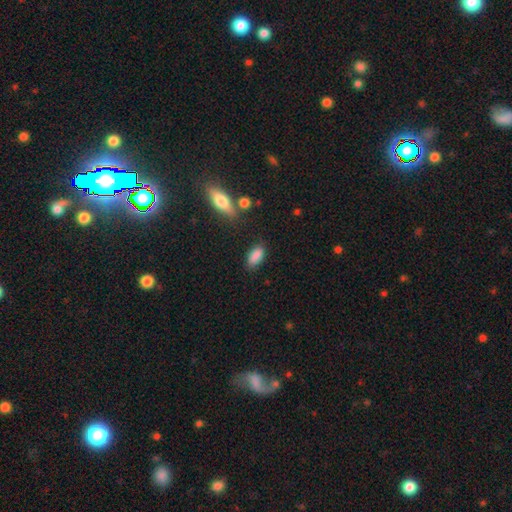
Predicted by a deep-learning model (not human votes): A smooth galaxy with no disk features (86%) that is in between round and cigar-shaped (87%). Merging: none (79%).